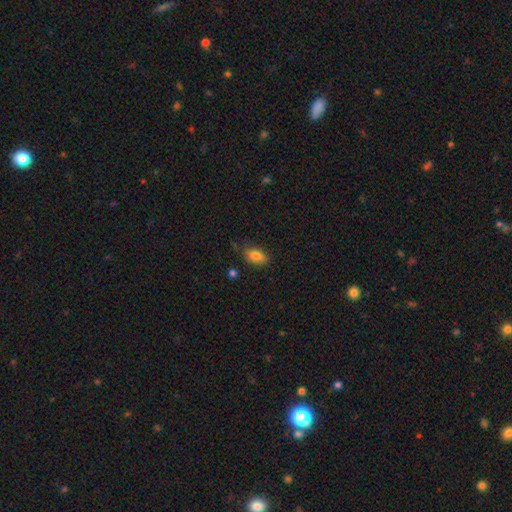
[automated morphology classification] smooth 80%, featured or disk 12%, star or artifact 9%. Down the decision tree: how rounded — in between (86%); merging — none (75%).